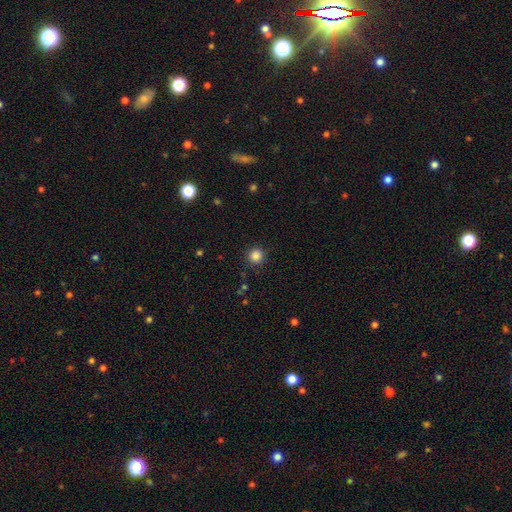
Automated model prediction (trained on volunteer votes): smooth-or-featured: smooth: 85% | star or artifact: 12% | featured or disk: 3%
  how-rounded: round: 94% | in between: 5% | cigar-shaped: 1%
  merging: none: 90% | minor disturbance: 7% | major disturbance: 2% | merger: 1%